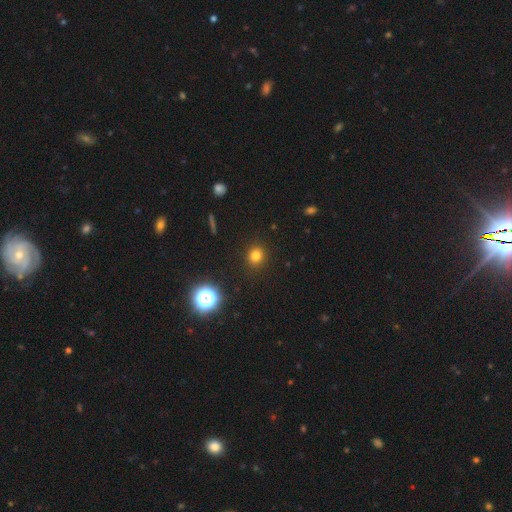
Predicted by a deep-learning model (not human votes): Smooth or featured: smooth — 79% (star or artifact — 16%)
How rounded: round — 82% (in between — 17%)
Merging: none — 91% (minor disturbance — 6%)